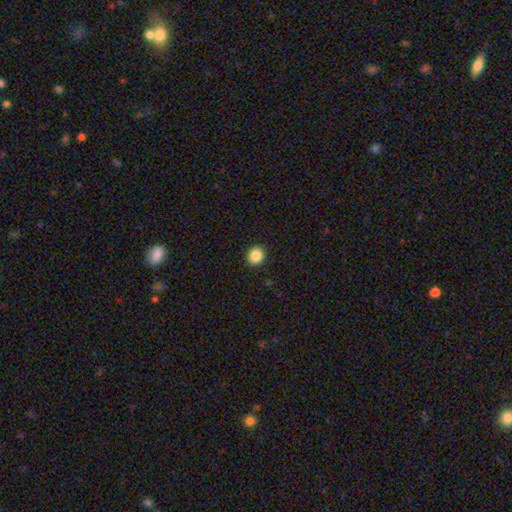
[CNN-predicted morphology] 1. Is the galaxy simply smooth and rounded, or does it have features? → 87% smooth, 9% star or artifact, 3% featured or disk.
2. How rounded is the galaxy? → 83% round, 16% in between, 1% cigar-shaped.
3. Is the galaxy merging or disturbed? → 92% none, 5% minor disturbance, 2% major disturbance, 1% merger.